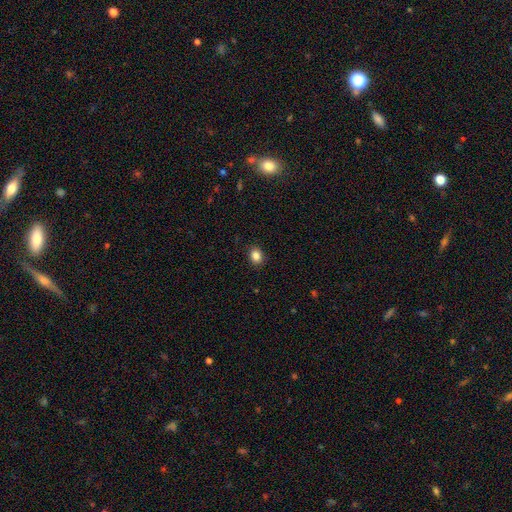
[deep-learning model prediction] Q: Smooth or featured?
A: smooth (85%); runner-up: star or artifact (10%)
Q: How rounded?
A: round (54%); runner-up: in between (45%)
Q: Merging?
A: none (90%); runner-up: minor disturbance (7%)